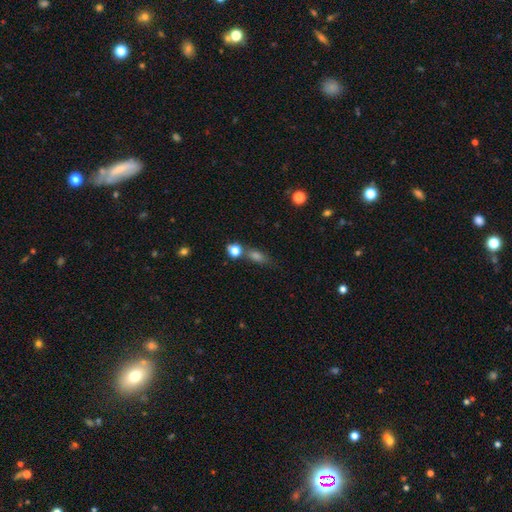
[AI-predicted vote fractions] This is likely a smooth galaxy (64%). How rounded: possibly in between (54%). Merging: likely none (62%).